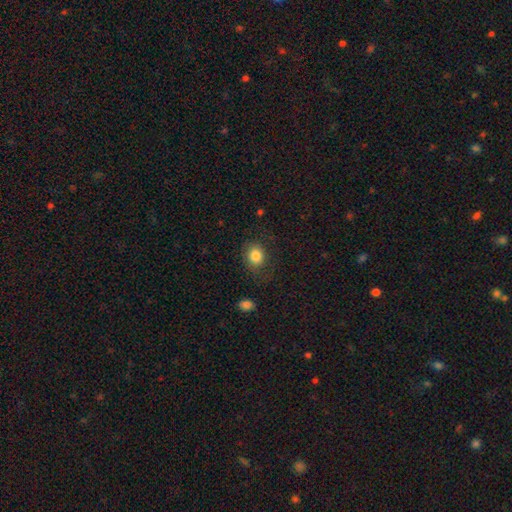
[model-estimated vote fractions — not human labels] Q: Smooth or featured?
A: smooth (83%); runner-up: star or artifact (10%)
Q: How rounded?
A: round (59%); runner-up: in between (41%)
Q: Merging?
A: none (75%); runner-up: minor disturbance (16%)